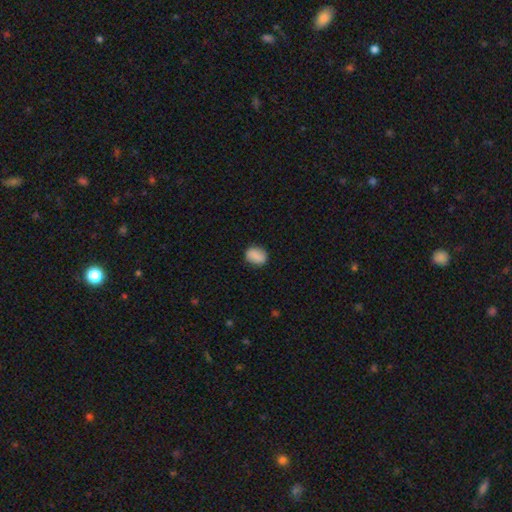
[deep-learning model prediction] Smooth or featured?
  - smooth: 84% *
  - featured or disk: 9%
  - star or artifact: 7%
How rounded?
  - in between: 66% *
  - round: 32%
  - cigar-shaped: 2%
Merging?
  - none: 84% *
  - minor disturbance: 12%
  - major disturbance: 3%
  - merger: 1%